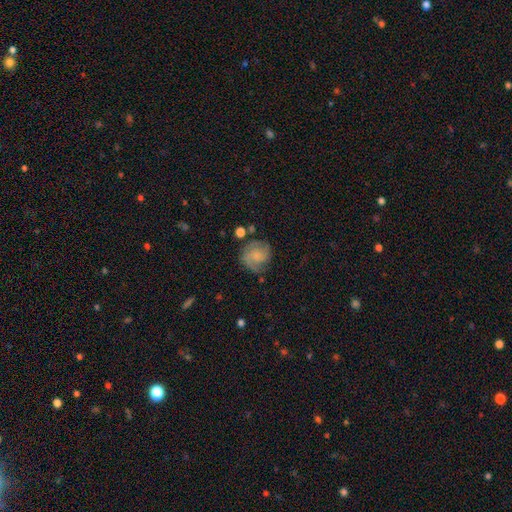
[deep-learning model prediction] Morphology: type=featured or disk (55%); edge-on=no (98%); bar=no (69%); spiral arms=yes (88%); bulge=small (49%); merging=none (65%).